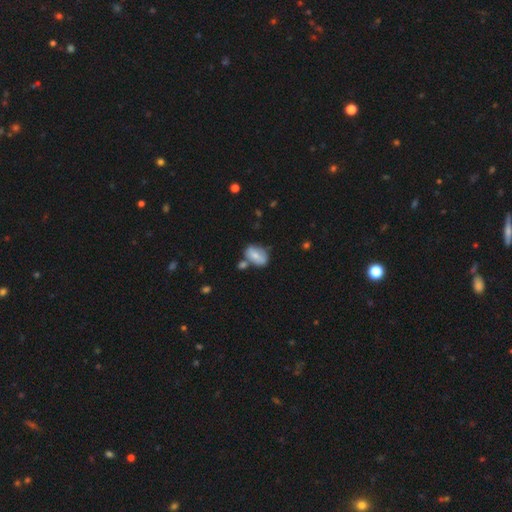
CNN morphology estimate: type=smooth (66%); roundness=in between (85%); merging=none (49%).